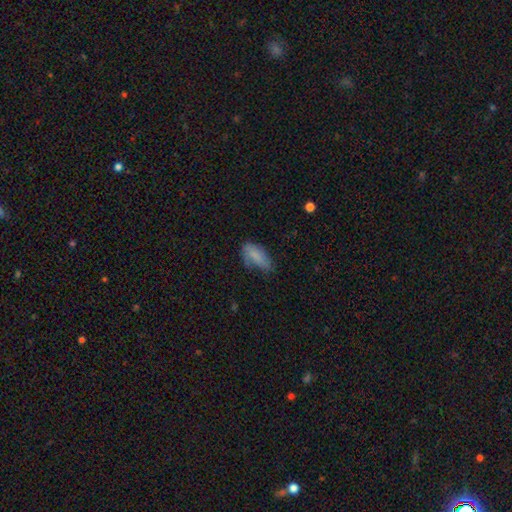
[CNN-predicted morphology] Smooth or featured?
  - smooth: 77% *
  - featured or disk: 15%
  - star or artifact: 8%
How rounded?
  - in between: 86% *
  - cigar-shaped: 11%
  - round: 3%
Merging?
  - none: 48% *
  - minor disturbance: 35%
  - major disturbance: 14%
  - merger: 3%